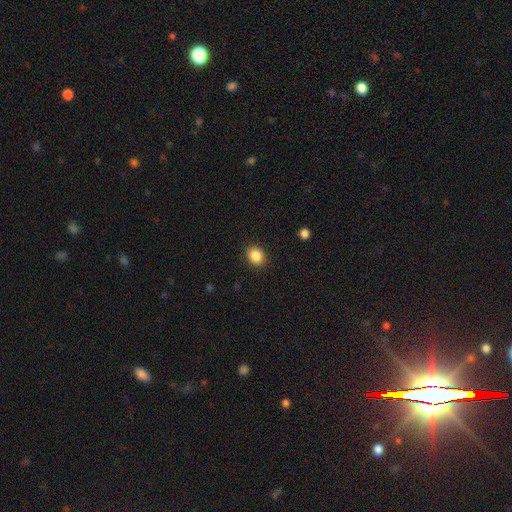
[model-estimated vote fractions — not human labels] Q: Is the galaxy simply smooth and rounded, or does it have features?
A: smooth — 87%.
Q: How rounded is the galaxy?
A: round — 65%.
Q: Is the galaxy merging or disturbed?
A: none — 90%.